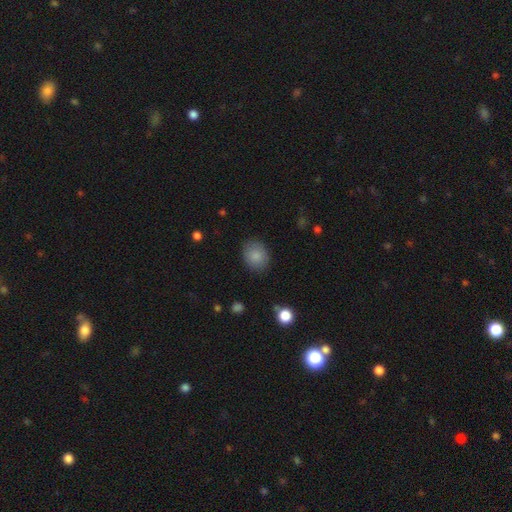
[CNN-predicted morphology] Smooth or featured: smooth — 86% (star or artifact — 8%)
How rounded: round — 57% (in between — 43%)
Merging: none — 83% (minor disturbance — 12%)